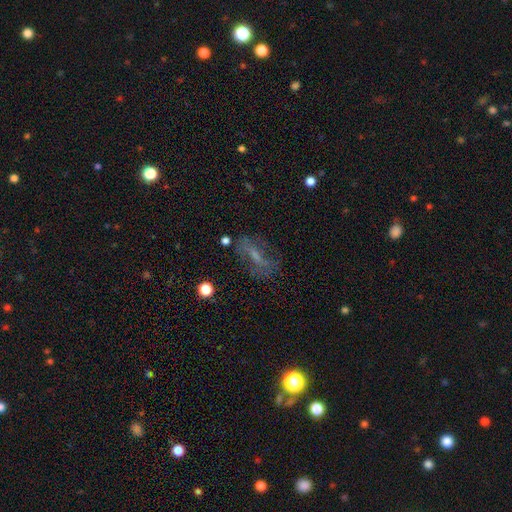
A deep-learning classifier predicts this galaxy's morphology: The model was most divided on "smooth or featured": featured or disk: 49%, smooth: 32%, star or artifact: 19%. More confident: merging — none (58%).